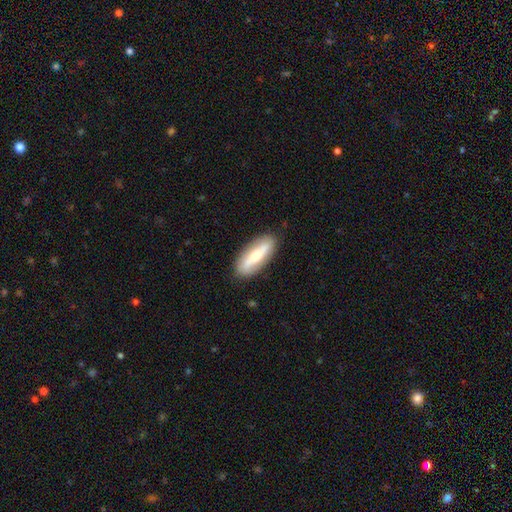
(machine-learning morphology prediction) type=smooth (48%); merging=none (87%).